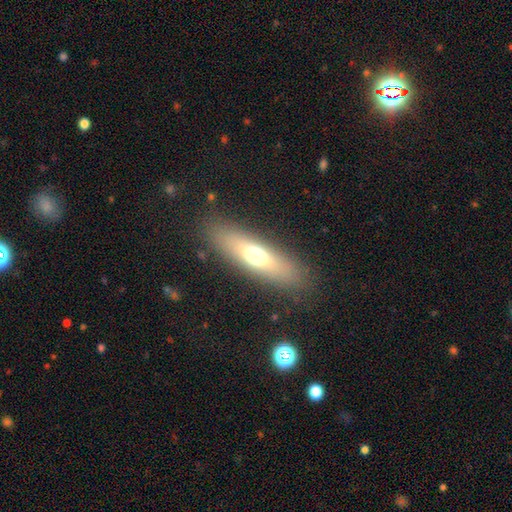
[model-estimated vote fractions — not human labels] Smooth or featured? smooth (60%)
How rounded? in between (48%, tied with cigar-shaped)
Merging? none (85%)